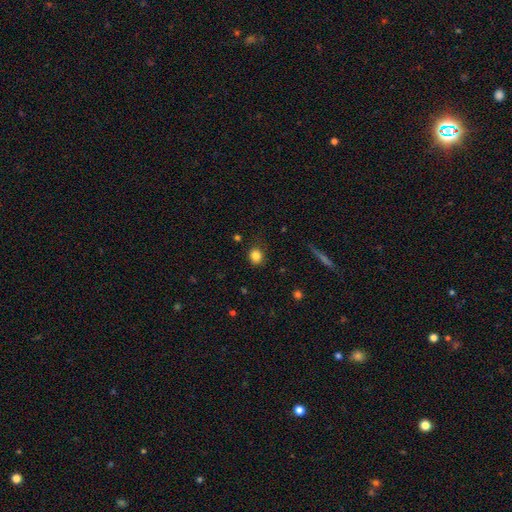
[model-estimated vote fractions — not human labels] smooth 84%, star or artifact 11%, featured or disk 5%. Down the decision tree: how rounded — round (79%); merging — none (84%).